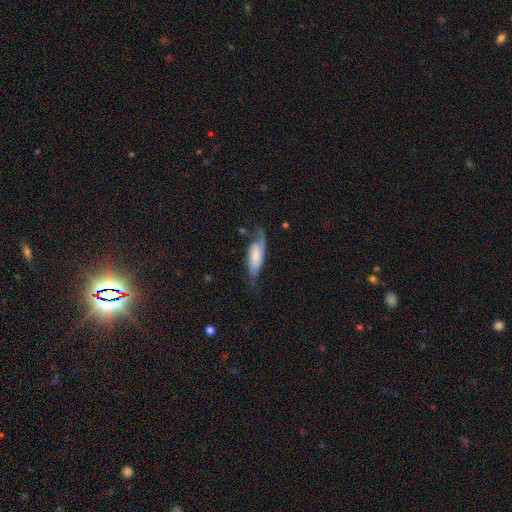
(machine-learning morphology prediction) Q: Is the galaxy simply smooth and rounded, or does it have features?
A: featured or disk — 58%.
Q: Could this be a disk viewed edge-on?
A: no — 83%.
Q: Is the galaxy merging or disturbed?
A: none — 46%.